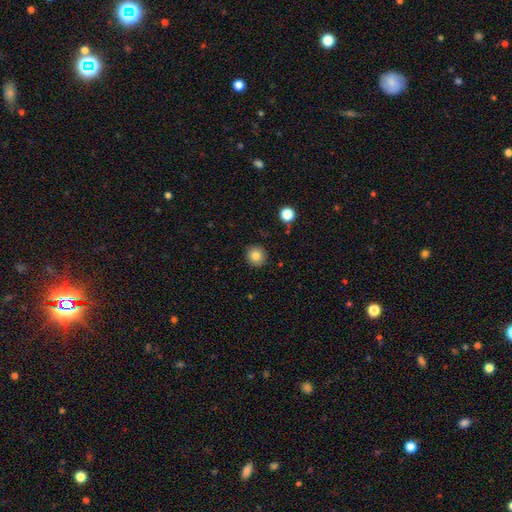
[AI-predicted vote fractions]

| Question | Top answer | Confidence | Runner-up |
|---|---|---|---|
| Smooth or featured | smooth | 82% | star or artifact (10%) |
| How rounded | round | 93% | in between (6%) |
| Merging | none | 91% | minor disturbance (6%) |